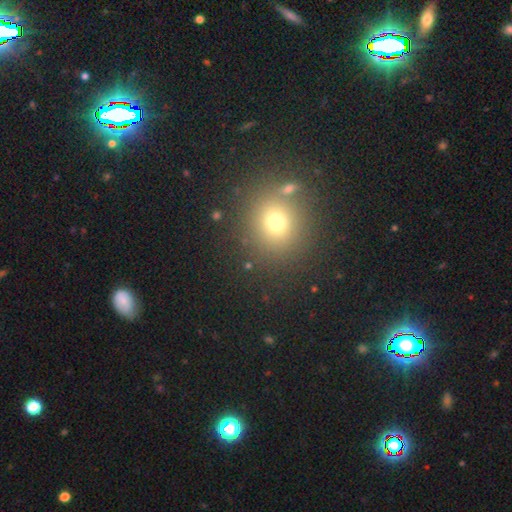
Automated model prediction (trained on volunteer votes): smooth-or-featured: smooth: 58% | star or artifact: 33% | featured or disk: 9%
  how-rounded: round: 86% | in between: 13% | cigar-shaped: 1%
  merging: none: 84% | minor disturbance: 7% | merger: 6% | major disturbance: 3%